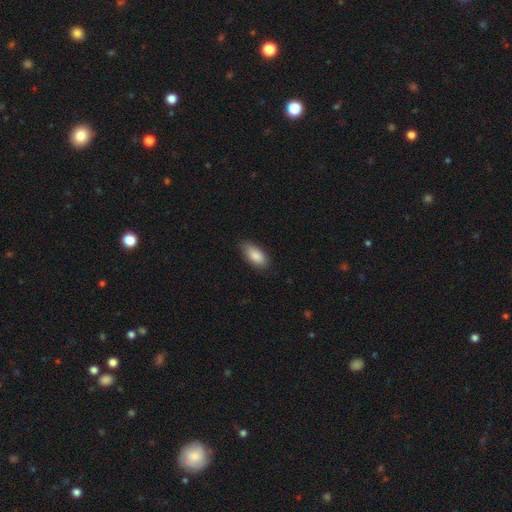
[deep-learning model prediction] A smooth galaxy with no disk features (86%) that is in between round and cigar-shaped (91%).

Vote fractions:
- Smooth or featured? smooth: 86% / featured or disk: 7% / star or artifact: 6%
- How rounded? in between: 91% / cigar-shaped: 6% / round: 2%
- Merging? none: 81% / minor disturbance: 15% / major disturbance: 3% / merger: 1%